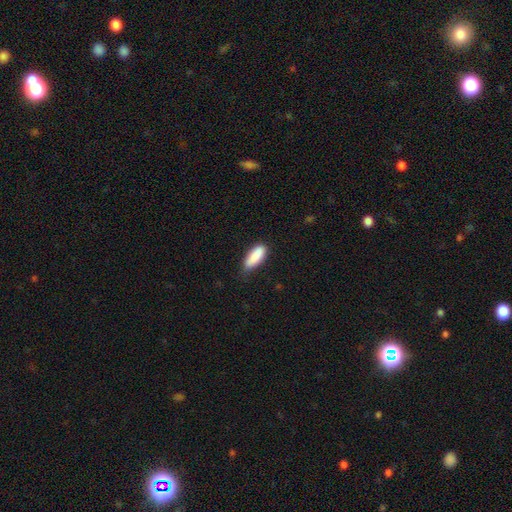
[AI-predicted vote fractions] The model was most divided on "how rounded": in between: 69%, cigar-shaped: 30%, round: 2%. More confident: smooth or featured — smooth (88%); merging — none (68%).